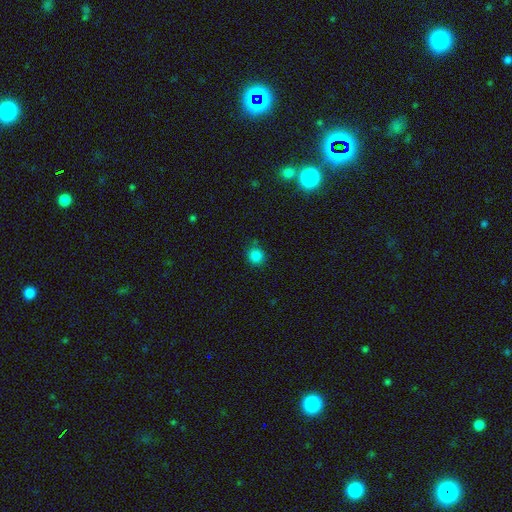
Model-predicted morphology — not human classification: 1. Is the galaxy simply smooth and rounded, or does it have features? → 84% smooth, 12% star or artifact, 4% featured or disk.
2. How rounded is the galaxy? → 90% round, 10% in between, 1% cigar-shaped.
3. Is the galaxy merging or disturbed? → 84% none, 10% minor disturbance, 3% merger, 3% major disturbance.